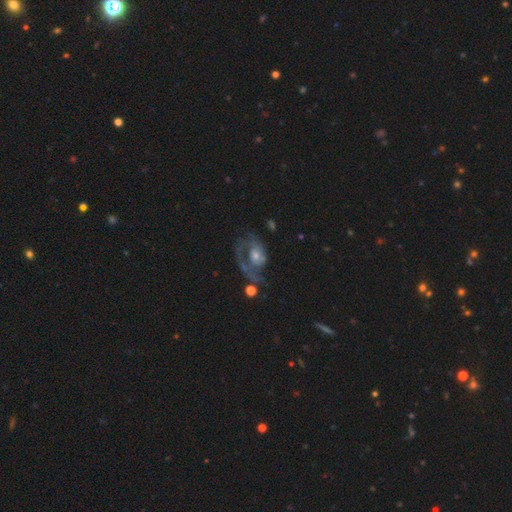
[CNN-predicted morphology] featured or disk 78%, smooth 13%, star or artifact 9%. Down the decision tree: edge-on disk — no (97%); bar — no (70%); spiral arms — yes (84%); spiral arm count — 1 (54%); spiral winding — medium (42%); bulge size — small (45%); merging — none (43%).